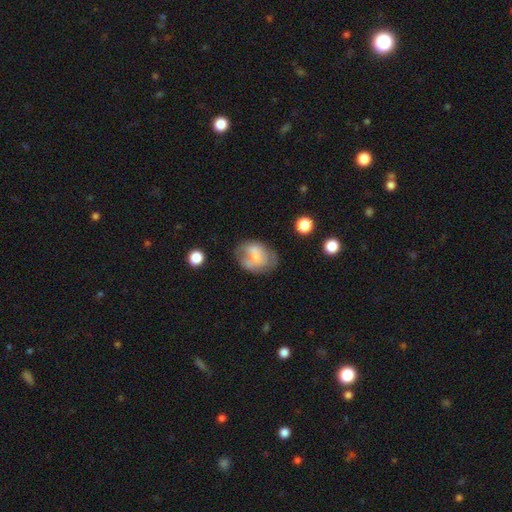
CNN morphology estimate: smooth_or_featured: smooth (p=0.48) [alt: featured or disk p=0.44]
merging: none (p=0.43) [alt: minor disturbance p=0.27]